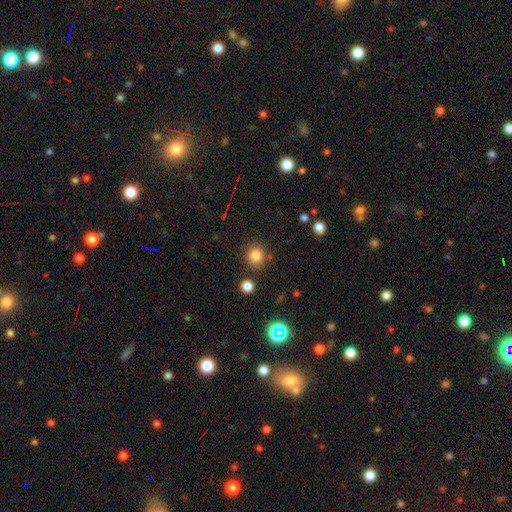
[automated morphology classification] A smooth galaxy with no disk features (81%) that is round (89%).

Vote fractions:
- Smooth or featured? smooth: 81% / star or artifact: 13% / featured or disk: 6%
- How rounded? round: 89% / in between: 10% / cigar-shaped: 1%
- Merging? none: 84% / minor disturbance: 8% / merger: 5% / major disturbance: 3%